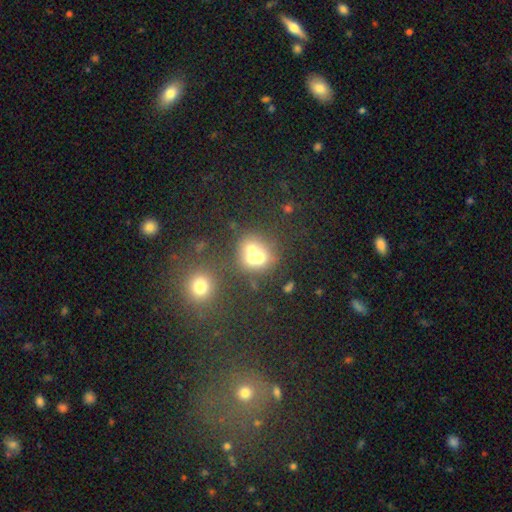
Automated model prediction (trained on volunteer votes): Q: Smooth or featured?
A: smooth (58%); runner-up: featured or disk (25%)
Q: How rounded?
A: round (75%); runner-up: in between (24%)
Q: Merging?
A: merger (58%); runner-up: none (30%)